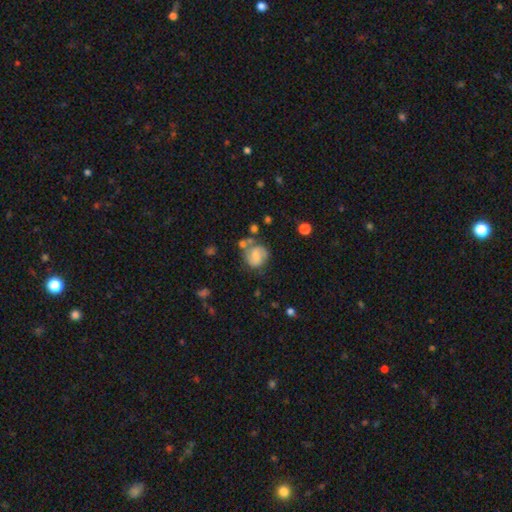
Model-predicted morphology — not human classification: Q: Smooth or featured?
A: featured or disk (46%); runner-up: smooth (44%)
Q: Merging?
A: none (51%); runner-up: minor disturbance (22%)